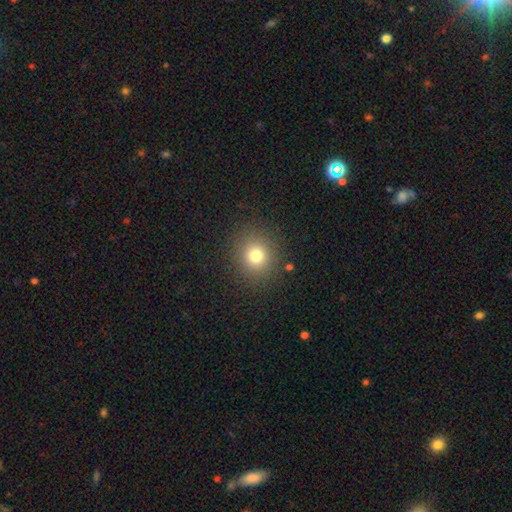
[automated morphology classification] A smooth galaxy with no disk features (76%) that is round (87%).

Vote fractions:
- Smooth or featured? smooth: 76% / star or artifact: 15% / featured or disk: 9%
- How rounded? round: 87% / in between: 12% / cigar-shaped: 1%
- Merging? none: 88% / minor disturbance: 7% / major disturbance: 3% / merger: 1%